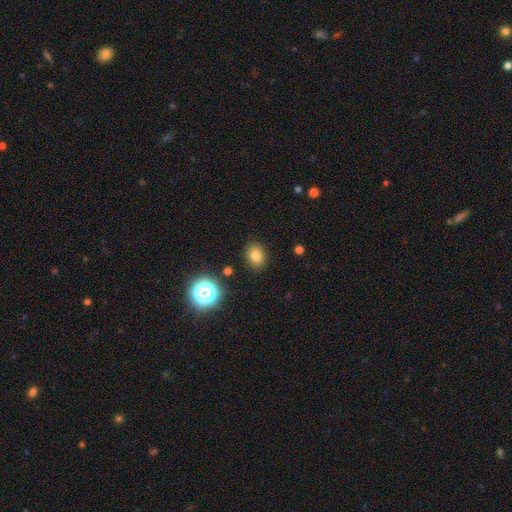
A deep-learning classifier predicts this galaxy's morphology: The model was most divided on "how rounded": in between: 53%, round: 46%, cigar-shaped: 1%. More confident: merging — none (87%); smooth or featured — smooth (79%).